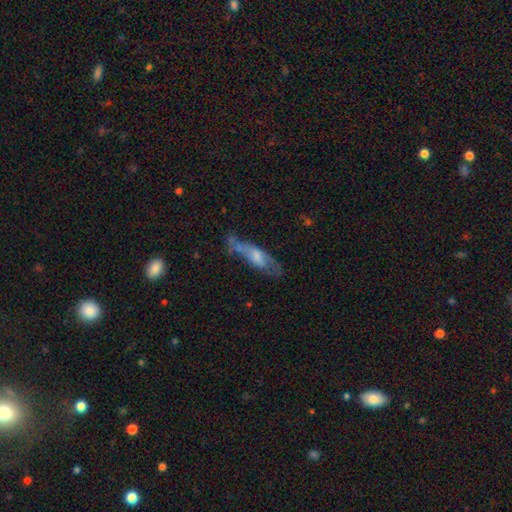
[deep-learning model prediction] Overall: smooth (49%; featured or disk 44%). Merging: none (46%; minor disturbance 28%).